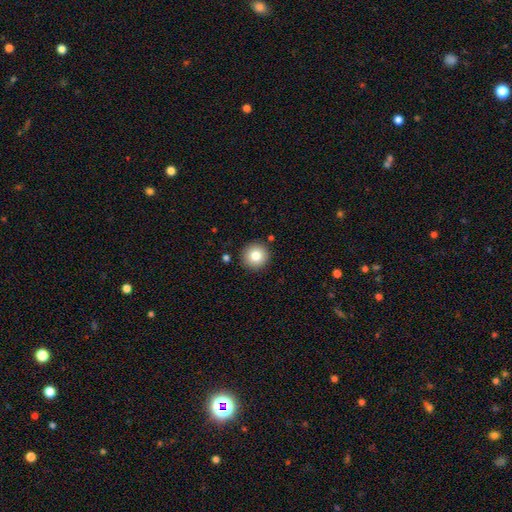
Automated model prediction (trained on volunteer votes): This is clearly a smooth galaxy (81%). How rounded: clearly round (96%). Merging: clearly none (90%).